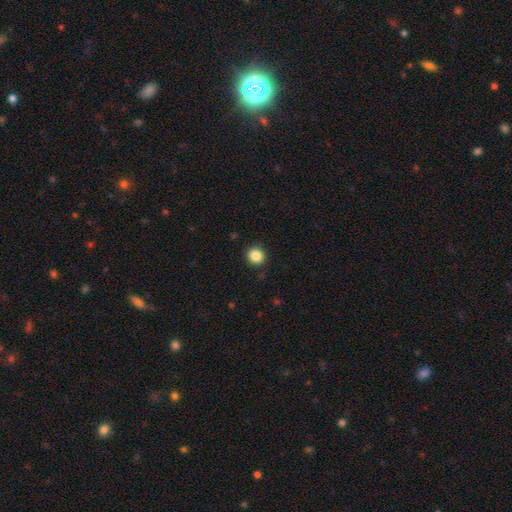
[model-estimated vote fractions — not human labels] Smooth or featured? smooth (86%)
How rounded? round (92%)
Merging? none (92%)